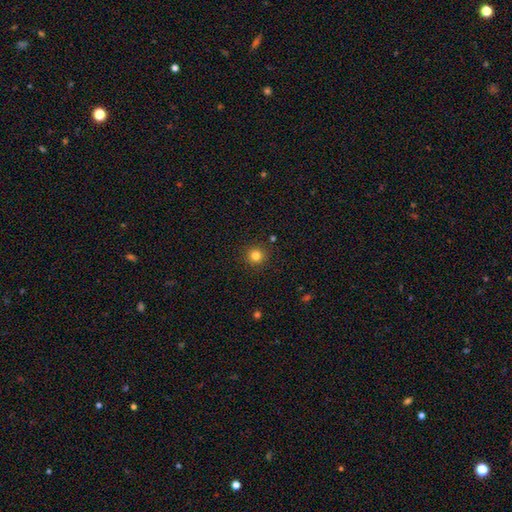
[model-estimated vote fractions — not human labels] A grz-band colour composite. It shows a smooth galaxy with no disk features (81%) that is round (94%). Merging: none (91%).